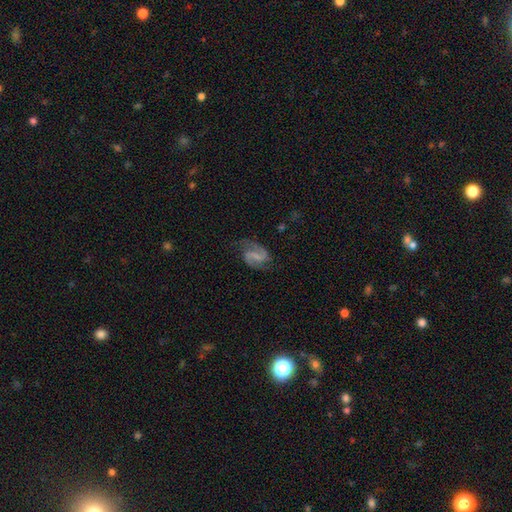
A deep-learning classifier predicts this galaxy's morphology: type=featured or disk (83%); edge-on=no (98%); bar=weak (48%); spiral arms=yes (96%); winding=medium (50%); arm count=2 (89%); bulge=none (51%); merging=none (69%).